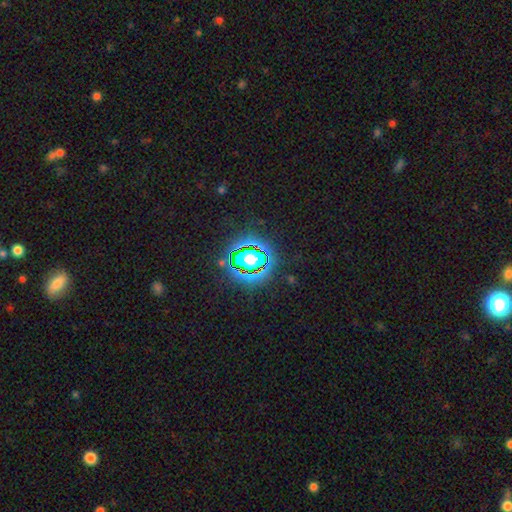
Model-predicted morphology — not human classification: smooth-or-featured: star or artifact: 79% | smooth: 13% | featured or disk: 8%